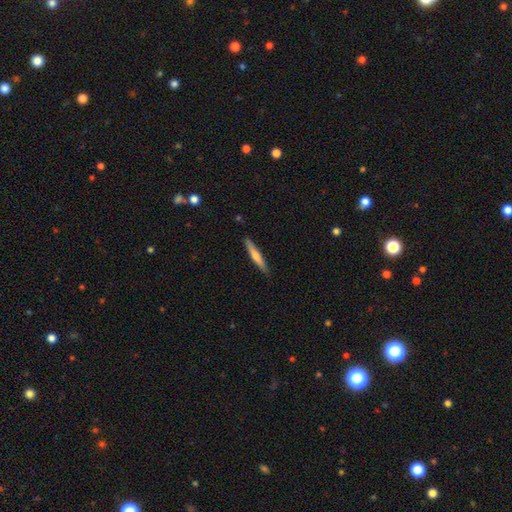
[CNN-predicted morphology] Smooth or featured? smooth (56%)
How rounded? cigar-shaped (93%)
Merging? none (89%)